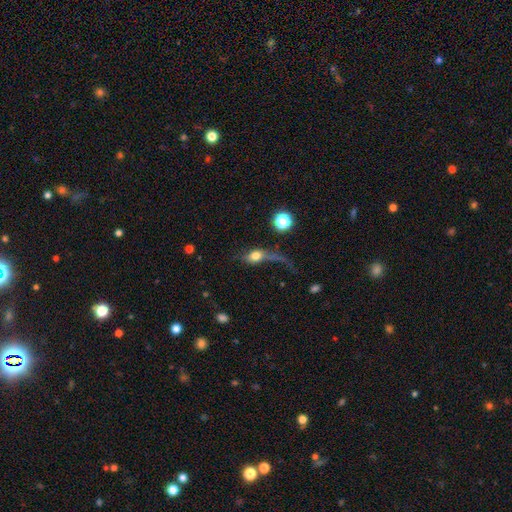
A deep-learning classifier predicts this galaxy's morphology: A smooth galaxy with no disk features (59%) that is in between round and cigar-shaped (54%).

Vote fractions:
- Smooth or featured? smooth: 59% / featured or disk: 28% / star or artifact: 13%
- How rounded? in between: 54% / round: 34% / cigar-shaped: 12%
- Merging? major disturbance: 49% / none: 24% / minor disturbance: 16% / merger: 12%